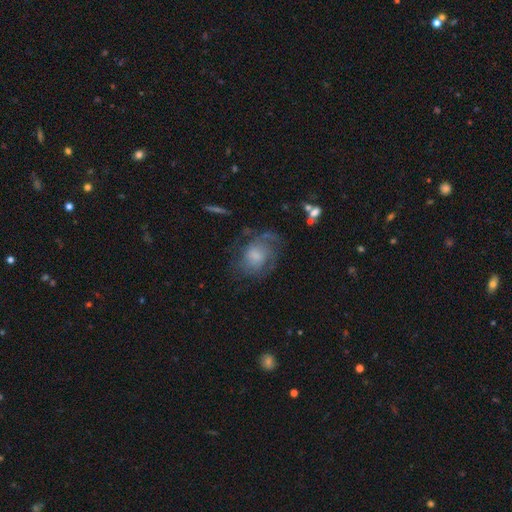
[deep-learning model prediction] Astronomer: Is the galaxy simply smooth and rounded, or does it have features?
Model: featured or disk — 54% (runner-up: smooth, 37%).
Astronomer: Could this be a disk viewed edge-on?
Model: no — 97%.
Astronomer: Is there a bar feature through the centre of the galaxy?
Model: no — 68%.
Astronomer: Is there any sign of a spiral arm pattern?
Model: yes — 75%.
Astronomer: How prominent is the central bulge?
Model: moderate — 33% (runner-up: none, 22%).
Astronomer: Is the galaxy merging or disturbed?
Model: none — 53%.